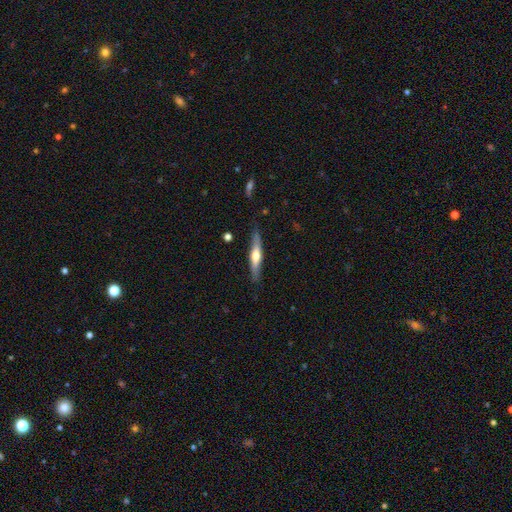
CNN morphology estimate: smooth_or_featured: featured or disk (p=0.52) [alt: smooth p=0.42]
disk_edge_on: yes (p=0.93) [alt: no p=0.07]
merging: none (p=0.82) [alt: minor disturbance p=0.14]